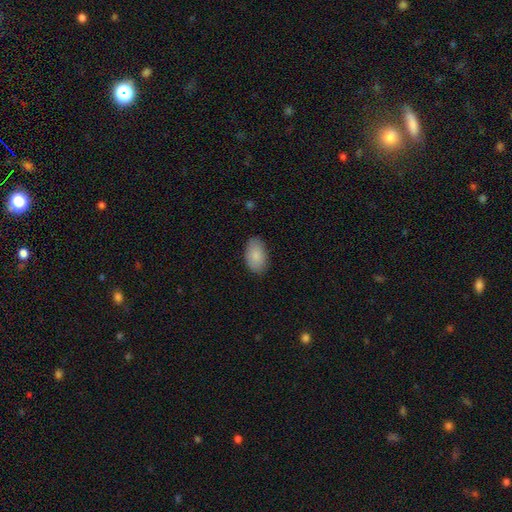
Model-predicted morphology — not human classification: This is clearly a smooth galaxy (87%). How rounded: clearly in between (94%). Merging: clearly none (85%).